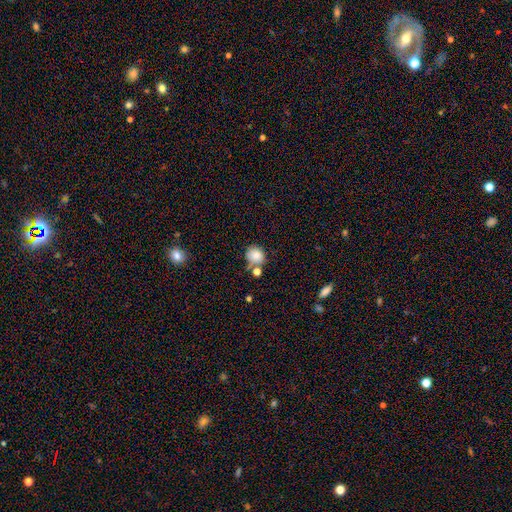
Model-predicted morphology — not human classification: smooth-or-featured: smooth: 81% | star or artifact: 10% | featured or disk: 9%
  how-rounded: round: 77% | in between: 22% | cigar-shaped: 1%
  merging: none: 54% | merger: 22% | minor disturbance: 18% | major disturbance: 7%